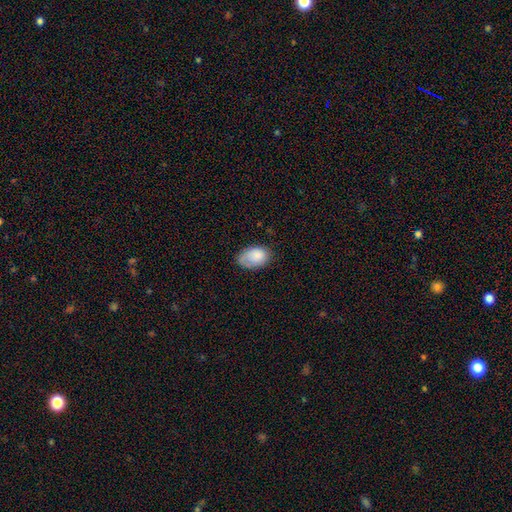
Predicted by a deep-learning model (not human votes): smooth-or-featured: smooth: 82% | featured or disk: 11% | star or artifact: 7%
  how-rounded: in between: 89% | round: 9% | cigar-shaped: 1%
  merging: none: 63% | minor disturbance: 27% | major disturbance: 8% | merger: 2%